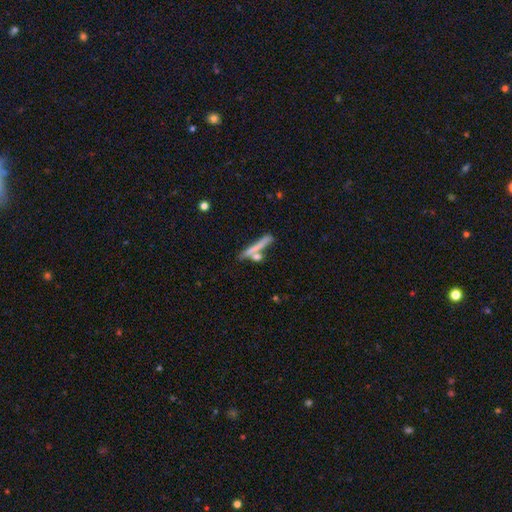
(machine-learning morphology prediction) Smooth or featured? smooth (63%)
How rounded? cigar-shaped (85%)
Merging? none (57%)